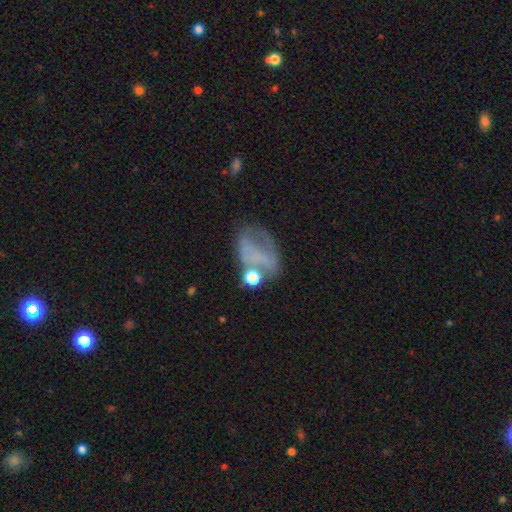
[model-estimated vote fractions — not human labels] Q: Smooth or featured?
A: featured or disk (41%); tied with: smooth (41%)
Q: Merging?
A: none (33%); tied with: major disturbance (33%)